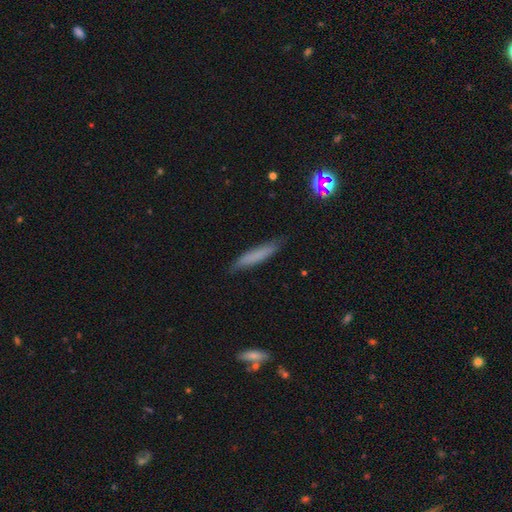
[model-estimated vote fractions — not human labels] Smooth or featured? smooth (71%)
How rounded? cigar-shaped (89%)
Merging? none (83%)